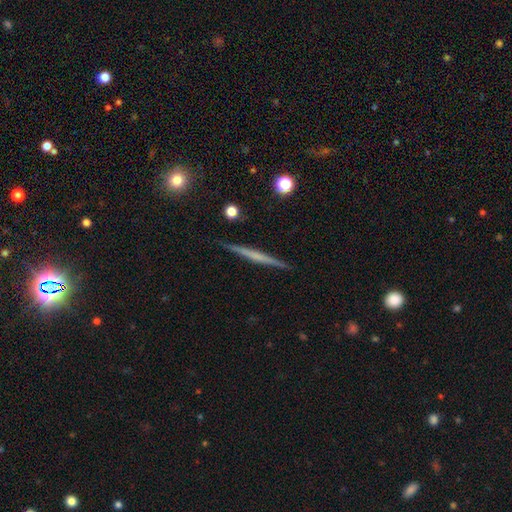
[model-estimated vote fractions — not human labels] The model was most divided on "smooth or featured": featured or disk: 63%, smooth: 31%, star or artifact: 6%. More confident: edge-on disk — yes (98%); merging — none (92%); edge-on bulge — none (74%).